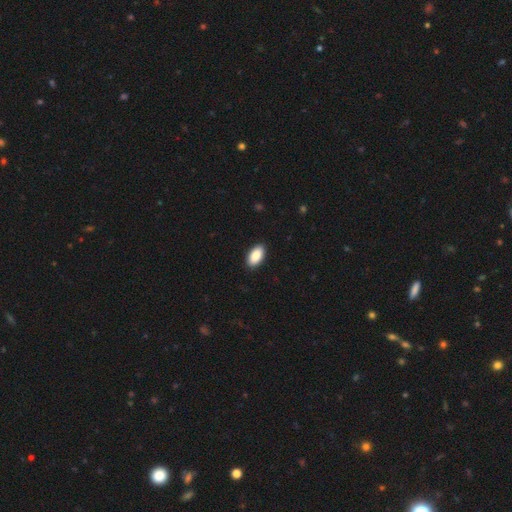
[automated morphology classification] Smooth or featured: smooth — 89% (star or artifact — 6%)
How rounded: in between — 95% (round — 3%)
Merging: none — 90% (minor disturbance — 8%)